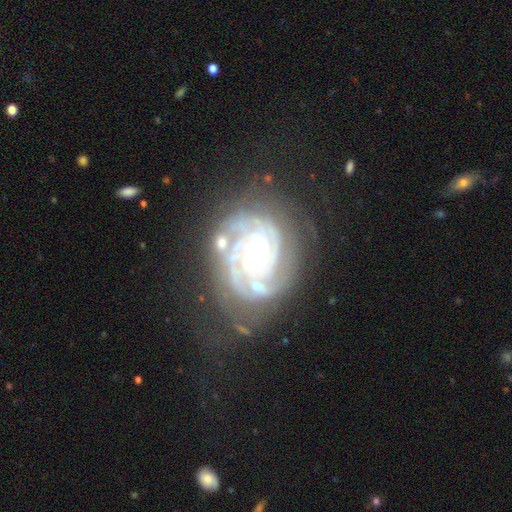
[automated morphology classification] smooth-or-featured: featured or disk: 90% | star or artifact: 6% | smooth: 5%
  disk-edge-on: no: 97% | yes: 3%
    bar: no: 71% | weak: 20% | strong: 9%
    has-spiral-arms: yes: 97% | no: 3%
      spiral-winding: tight: 78% | medium: 18% | loose: 3%
      spiral-arm-count: 3: 28% | can't tell: 22% | 2: 17% | 4: 17% | more than 4: 10% | 1: 7%
    bulge-size: moderate: 70% | large: 15% | small: 13% | dominant: 1% | none: 1%
  merging: none: 64% | minor disturbance: 21% | major disturbance: 11% | merger: 4%